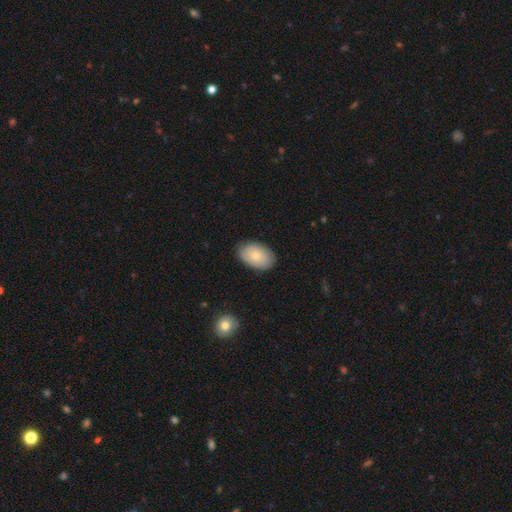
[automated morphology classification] This appears to be a smooth galaxy with no disk features (74%) that is in between round and cigar-shaped (89%). Merging: none (84%).